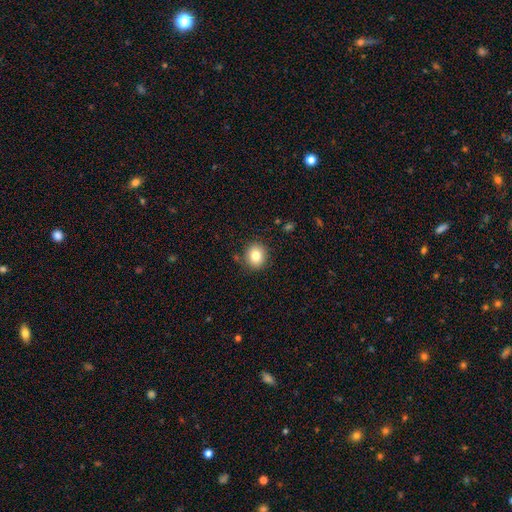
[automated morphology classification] Smooth or featured? smooth (82%)
How rounded? round (82%)
Merging? none (85%)